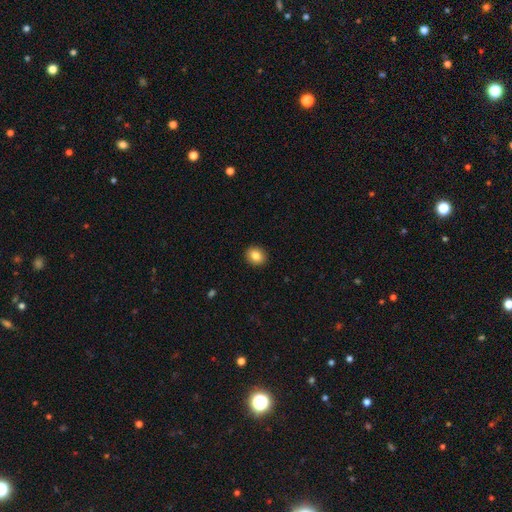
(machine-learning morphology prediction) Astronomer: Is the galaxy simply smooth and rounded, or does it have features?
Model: smooth — 85%.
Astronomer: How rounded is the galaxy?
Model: round — 60% (runner-up: in between, 39%).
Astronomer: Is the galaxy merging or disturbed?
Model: none — 91%.